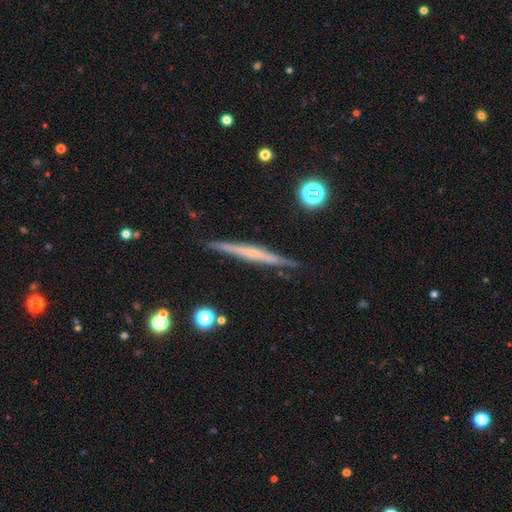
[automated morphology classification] Overall: featured or disk (67%). Edge-on disk: yes (97%). Edge-on bulge: none (61%; rounded 30%). Merging: none (88%).